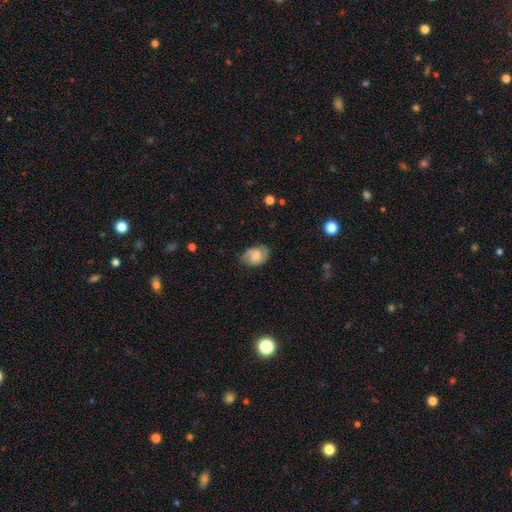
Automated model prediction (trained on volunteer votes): Smooth or featured?
  - smooth: 49% *
  - featured or disk: 42%
  - star or artifact: 9%
Merging?
  - none: 67% *
  - minor disturbance: 24%
  - major disturbance: 8%
  - merger: 1%